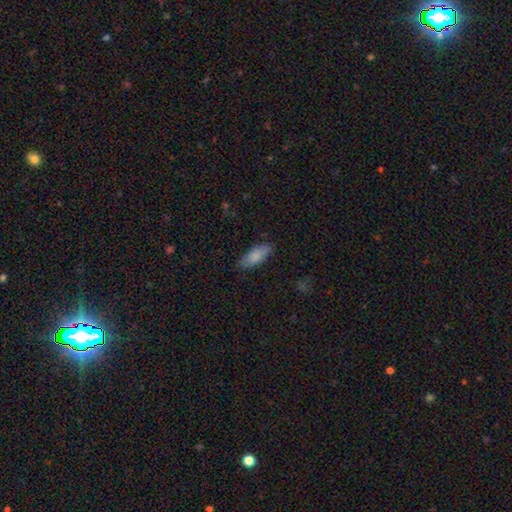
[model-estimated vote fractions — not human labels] smooth-or-featured: smooth: 84% | featured or disk: 10% | star or artifact: 6%
  how-rounded: in between: 78% | cigar-shaped: 20% | round: 2%
  merging: none: 81% | minor disturbance: 15% | major disturbance: 3% | merger: 1%